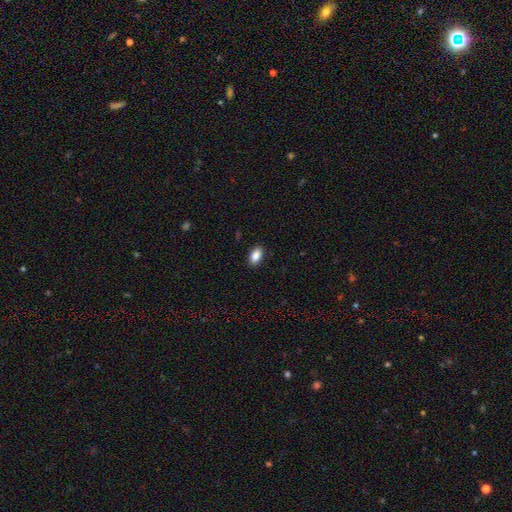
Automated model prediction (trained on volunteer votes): Smooth or featured? Predicted: smooth (p=0.88). How rounded? Predicted: in between (p=0.91). Merging? Predicted: none (p=0.89).